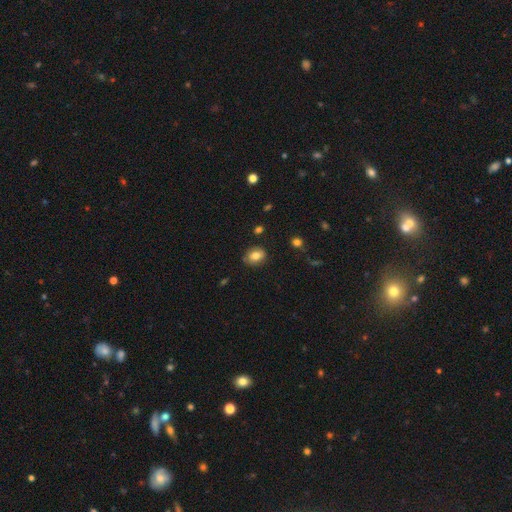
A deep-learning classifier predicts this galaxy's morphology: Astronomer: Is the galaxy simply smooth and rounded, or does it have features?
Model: smooth — 78%.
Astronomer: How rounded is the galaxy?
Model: in between — 59% (runner-up: round, 40%).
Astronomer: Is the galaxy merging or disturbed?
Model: none — 81%.